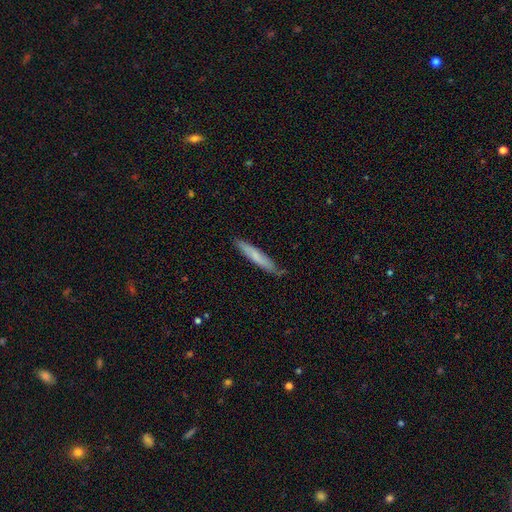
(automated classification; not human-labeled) Smooth or featured: smooth — 67% (featured or disk — 28%)
How rounded: cigar-shaped — 93% (in between — 6%)
Merging: none — 80% (minor disturbance — 16%)